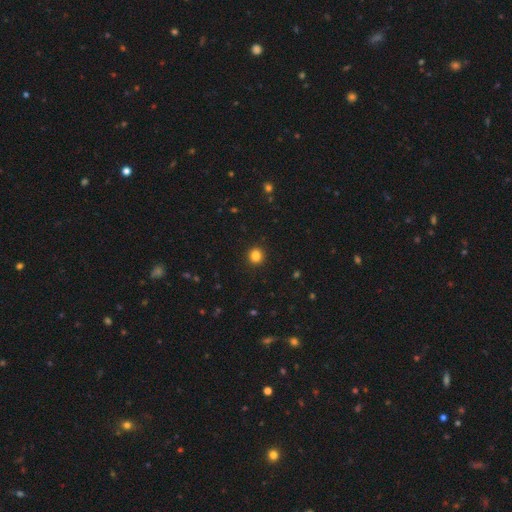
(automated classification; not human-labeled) smooth_or_featured: smooth (p=0.84) [alt: star or artifact p=0.12]
how_rounded: round (p=0.89) [alt: in between p=0.10]
merging: none (p=0.92) [alt: minor disturbance p=0.05]